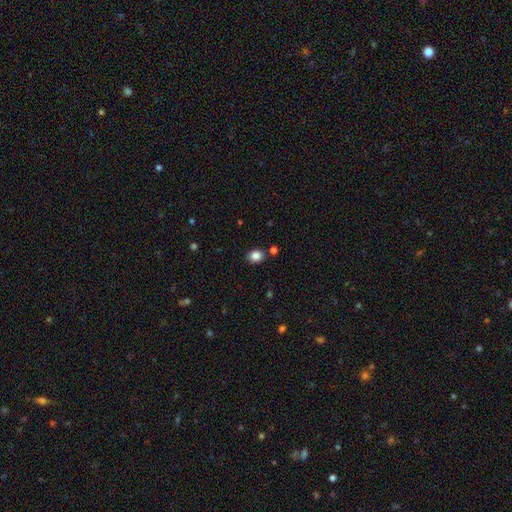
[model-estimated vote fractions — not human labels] Smooth or featured? Predicted: smooth (p=0.85). How rounded? Predicted: in between (p=0.50). Merging? Predicted: none (p=0.83).